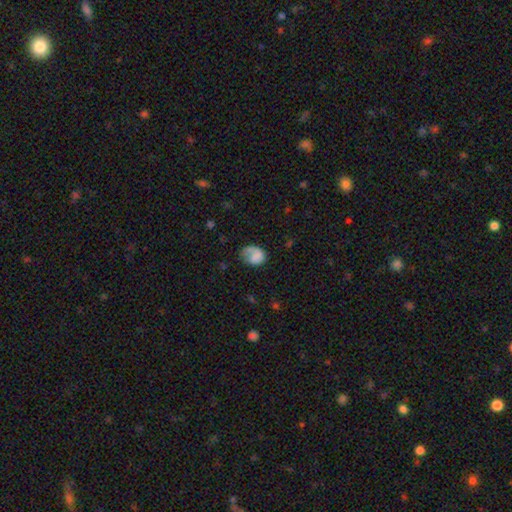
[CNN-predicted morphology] Smooth or featured: smooth — 60% (featured or disk — 32%)
How rounded: in between — 58% (round — 41%)
Merging: none — 41% (major disturbance — 31%)